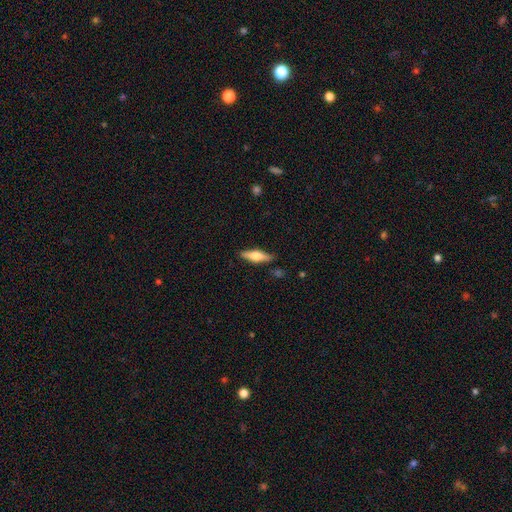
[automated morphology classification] Q: Smooth or featured?
A: smooth (48%); runner-up: featured or disk (46%)
Q: Merging?
A: none (85%); runner-up: minor disturbance (11%)